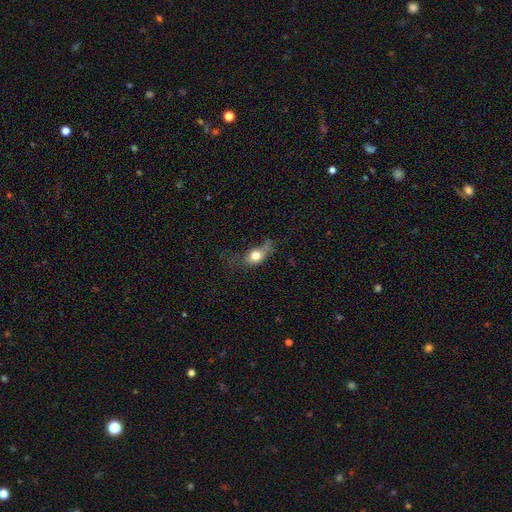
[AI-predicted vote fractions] Q: Smooth or featured?
A: smooth (75%); runner-up: featured or disk (16%)
Q: How rounded?
A: in between (66%); runner-up: round (28%)
Q: Merging?
A: none (34%); runner-up: minor disturbance (31%)